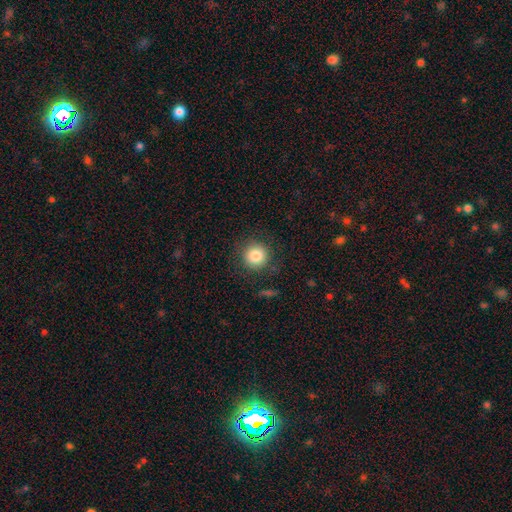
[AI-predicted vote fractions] smooth_or_featured: smooth (p=0.84) [alt: star or artifact p=0.10]
how_rounded: round (p=0.94) [alt: in between p=0.05]
merging: none (p=0.87) [alt: minor disturbance p=0.08]